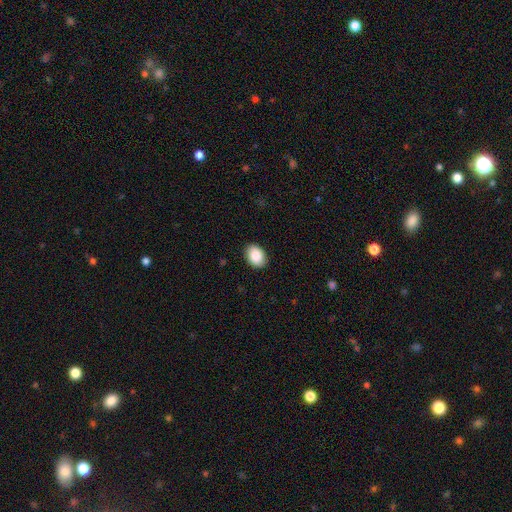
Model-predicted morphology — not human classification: A smooth galaxy with no disk features (88%) that is in between round and cigar-shaped (73%). Merging: none (89%).